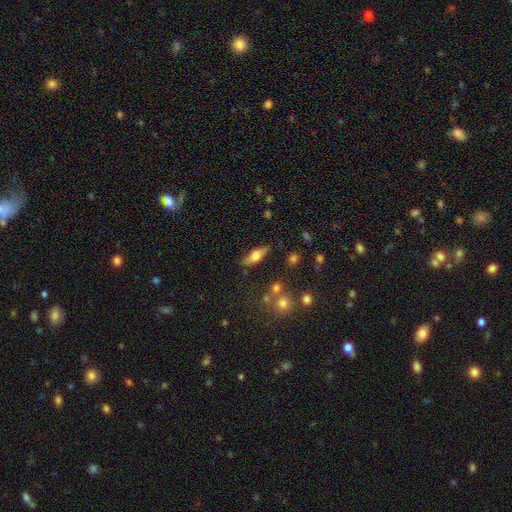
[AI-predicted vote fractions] smooth_or_featured: smooth (p=0.59) [alt: featured or disk p=0.33]
how_rounded: in between (p=0.65) [alt: cigar-shaped p=0.31]
merging: none (p=0.75) [alt: minor disturbance p=0.16]